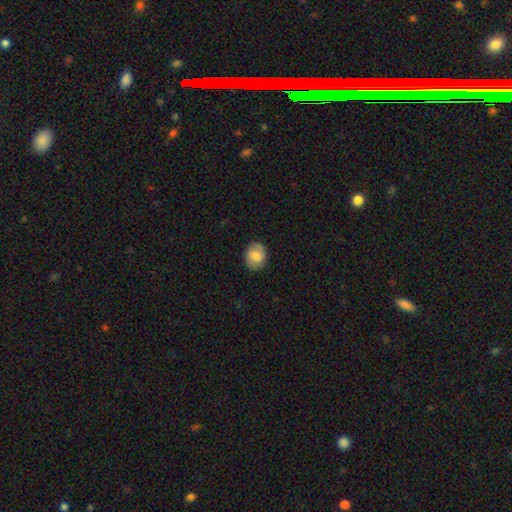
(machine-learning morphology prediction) Smooth or featured?
  - smooth: 79% *
  - featured or disk: 14%
  - star or artifact: 8%
How rounded?
  - in between: 50% *
  - round: 49%
  - cigar-shaped: 1%
Merging?
  - none: 84% *
  - minor disturbance: 12%
  - major disturbance: 3%
  - merger: 1%